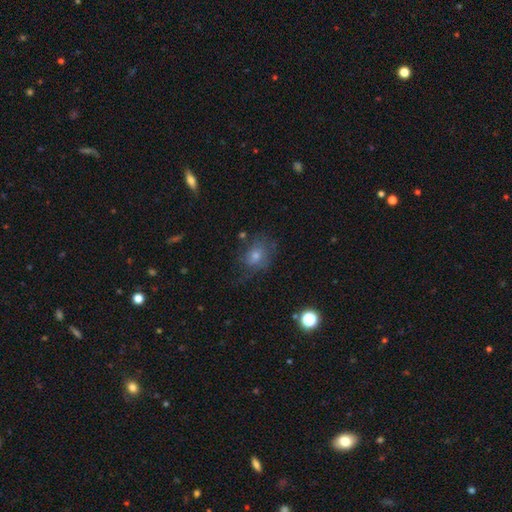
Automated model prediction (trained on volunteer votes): A smooth galaxy with no disk features (47%).

Vote fractions:
- Smooth or featured? smooth: 47% / featured or disk: 33% / star or artifact: 19%
- Merging? none: 60% / minor disturbance: 23% / major disturbance: 15% / merger: 2%